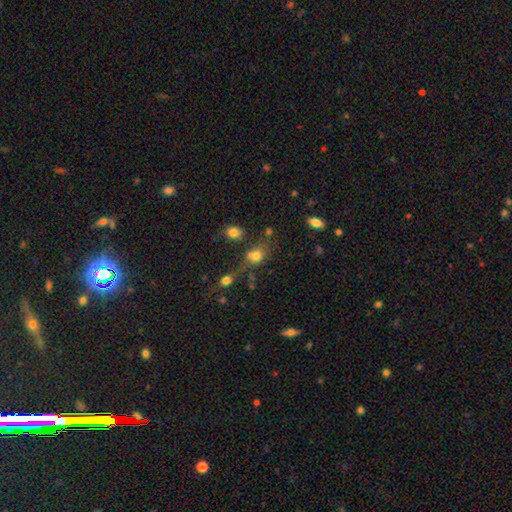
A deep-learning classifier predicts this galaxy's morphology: smooth-or-featured: smooth: 74% | star or artifact: 15% | featured or disk: 11%
  how-rounded: round: 55% | in between: 43% | cigar-shaped: 2%
  merging: none: 41% | merger: 32% | minor disturbance: 16% | major disturbance: 11%